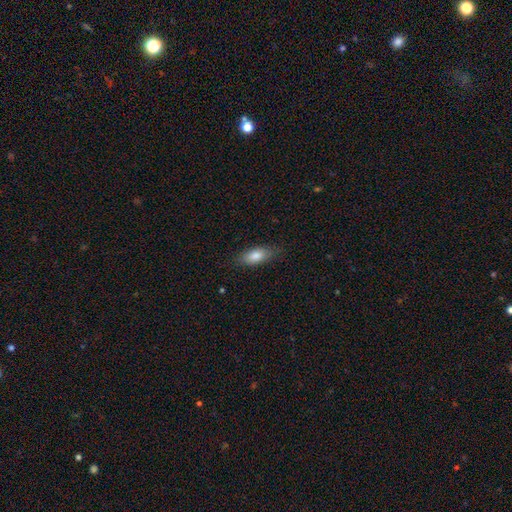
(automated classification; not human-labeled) The model was most divided on "merging": none: 79%, minor disturbance: 16%, major disturbance: 4%, merger: 1%. More confident: how rounded — in between (82%); smooth or featured — smooth (81%).